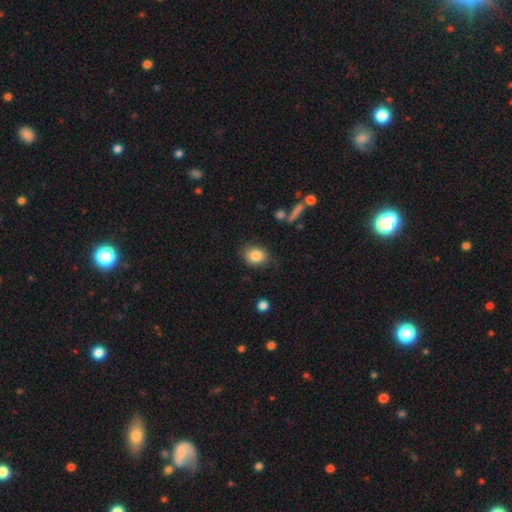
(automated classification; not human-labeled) smooth 84%, star or artifact 9%, featured or disk 7%. Down the decision tree: how rounded — in between (51%); merging — none (78%).